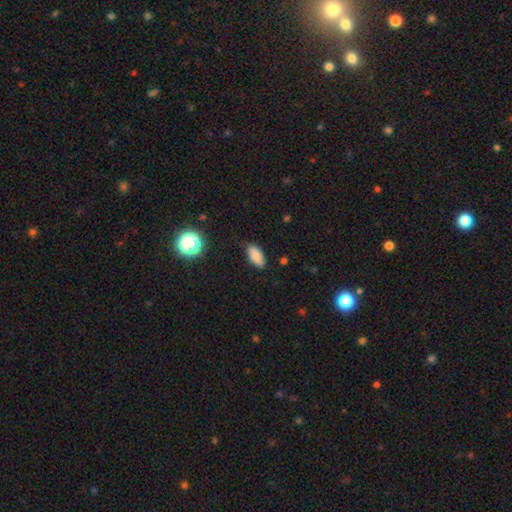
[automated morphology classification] Smooth or featured? Predicted: smooth (p=0.85). How rounded? Predicted: in between (p=0.89). Merging? Predicted: none (p=0.84).